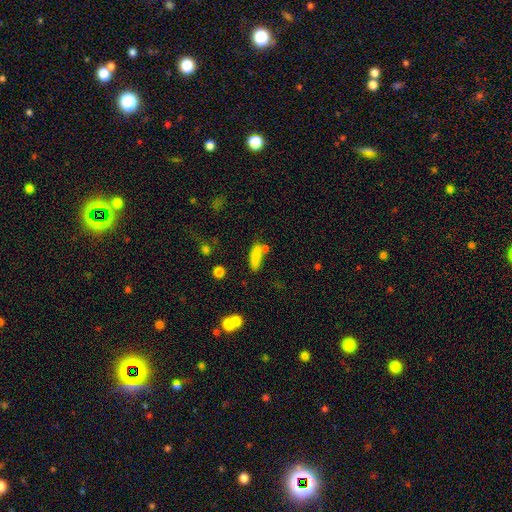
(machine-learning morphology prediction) This appears to be a smooth galaxy with no disk features (81%) that is cigar-shaped (58%). Merging: none (61%).